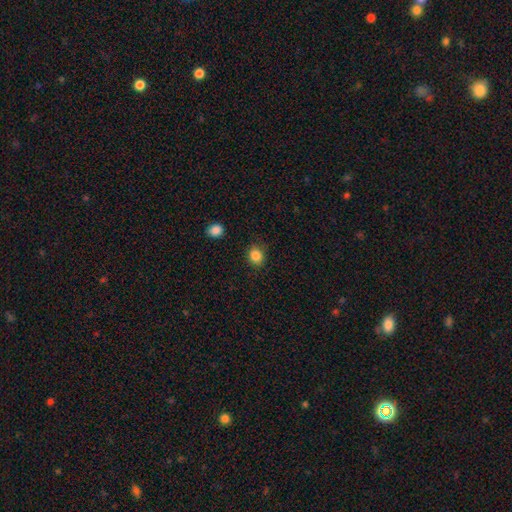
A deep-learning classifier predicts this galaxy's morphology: This is clearly a smooth galaxy (86%). How rounded: likely round (72%). Merging: clearly none (84%).